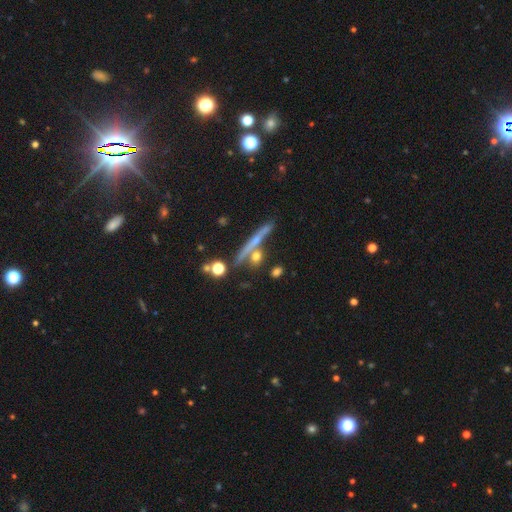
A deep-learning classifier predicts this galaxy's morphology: Overall: smooth (45%; featured or disk 42%). Merging: none (67%).